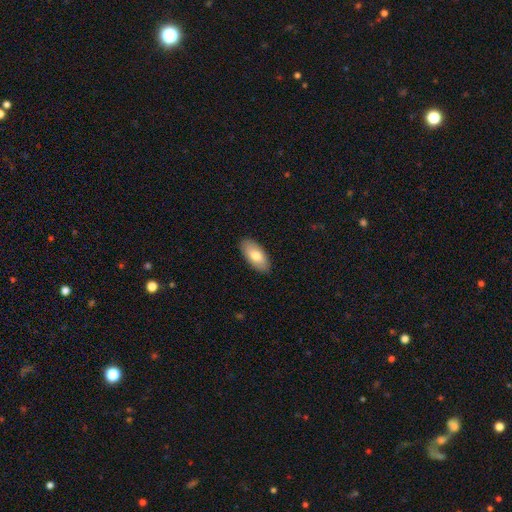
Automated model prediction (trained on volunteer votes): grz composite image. It shows a smooth galaxy with no disk features (76%) that is in between round and cigar-shaped (91%). Merging: none (89%).